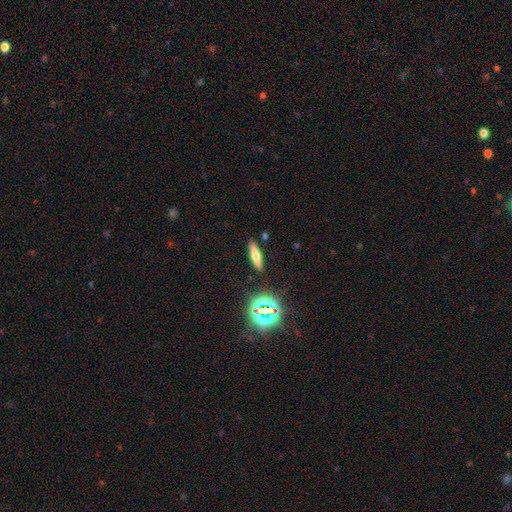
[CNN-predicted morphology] A smooth galaxy with no disk features (58%) that is cigar-shaped (74%).

Vote fractions:
- Smooth or featured? smooth: 58% / featured or disk: 26% / star or artifact: 16%
- How rounded? cigar-shaped: 74% / in between: 22% / round: 5%
- Merging? none: 88% / minor disturbance: 8% / major disturbance: 2% / merger: 2%